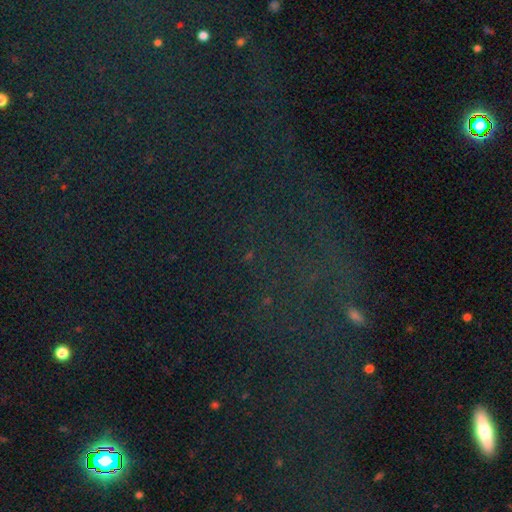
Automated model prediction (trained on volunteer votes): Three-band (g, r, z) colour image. It shows a star or artifact, not a galaxy (80%).